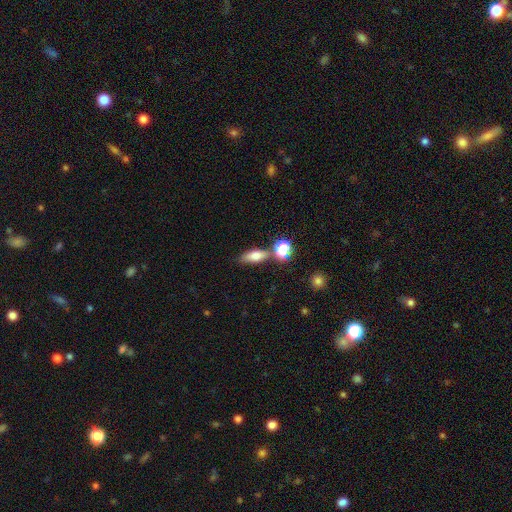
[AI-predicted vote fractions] Smooth or featured: smooth — 68% (featured or disk — 20%)
How rounded: in between — 64% (cigar-shaped — 26%)
Merging: none — 69% (merger — 13%)